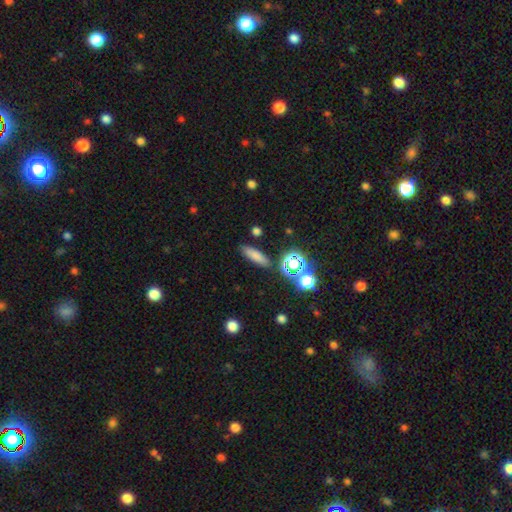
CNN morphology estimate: Smooth or featured? Predicted: smooth (p=0.77). How rounded? Predicted: cigar-shaped (p=0.58). Merging? Predicted: none (p=0.86).